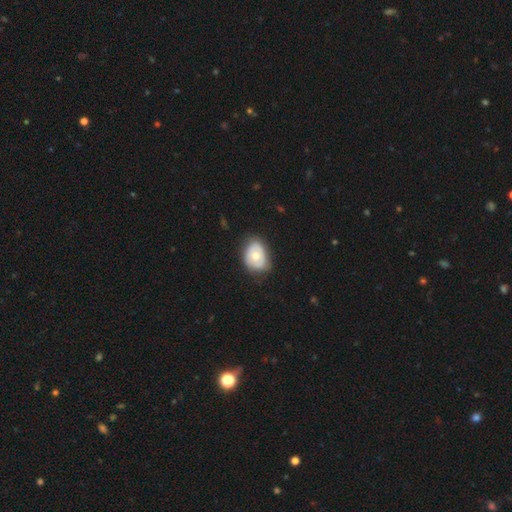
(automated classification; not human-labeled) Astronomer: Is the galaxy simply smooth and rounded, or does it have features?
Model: smooth — 53% (runner-up: featured or disk, 41%).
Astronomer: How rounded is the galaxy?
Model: in between — 68%.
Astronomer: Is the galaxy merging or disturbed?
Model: none — 65%.